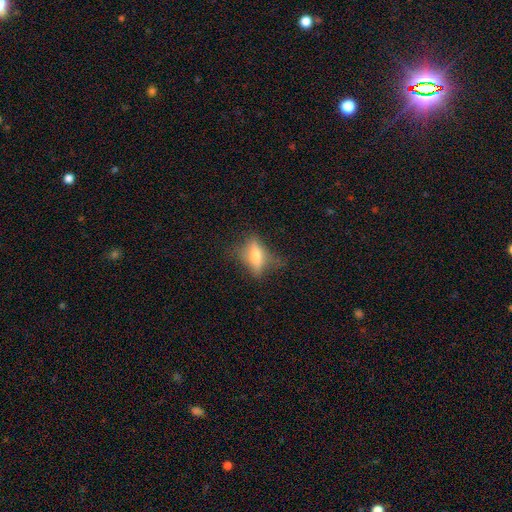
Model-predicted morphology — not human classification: Smooth or featured? Predicted: smooth (p=0.53). How rounded? Predicted: in between (p=0.71). Merging? Predicted: none (p=0.57).